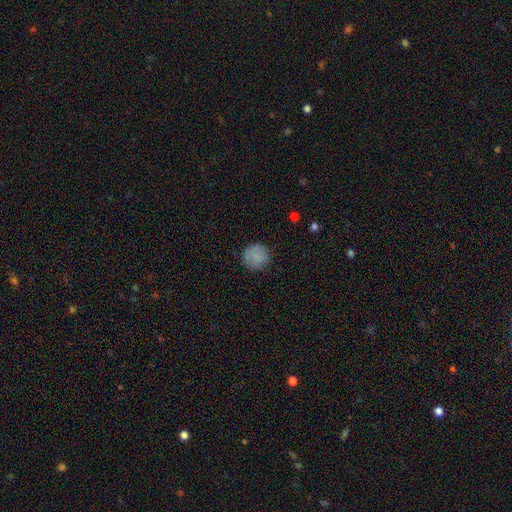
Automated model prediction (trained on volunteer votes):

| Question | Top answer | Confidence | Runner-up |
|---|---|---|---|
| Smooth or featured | smooth | 83% | star or artifact (9%) |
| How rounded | round | 93% | in between (6%) |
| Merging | none | 85% | minor disturbance (11%) |